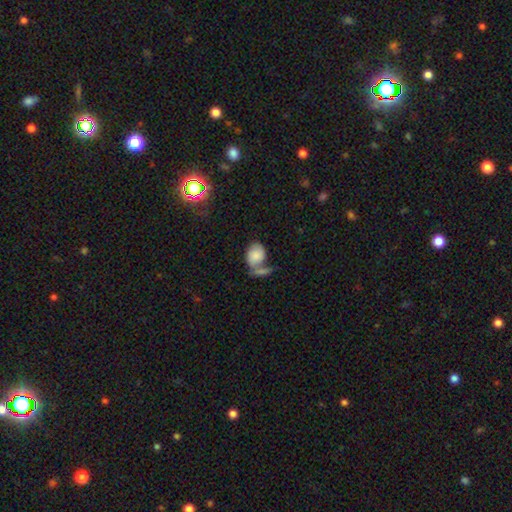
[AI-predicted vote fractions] smooth 70%, featured or disk 22%, star or artifact 7%. Down the decision tree: how rounded — in between (61%); merging — merger (48%).